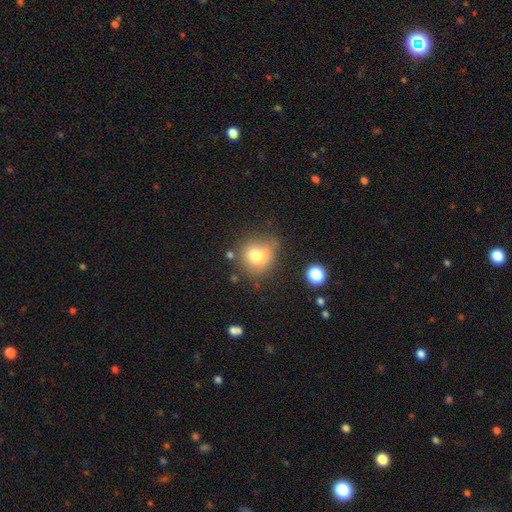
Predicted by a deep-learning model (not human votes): Smooth or featured? smooth (70%)
How rounded? round (75%)
Merging? none (46%)